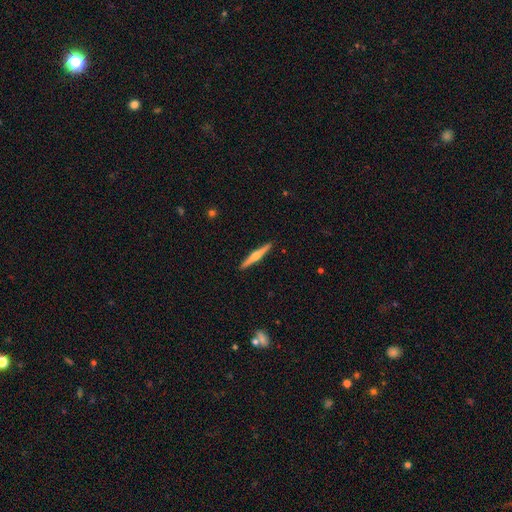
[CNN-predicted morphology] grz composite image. It shows a featured or disk galaxy (69%) viewed edge-on (98%) with a rounded central bulge (89%). Merging: none (92%).